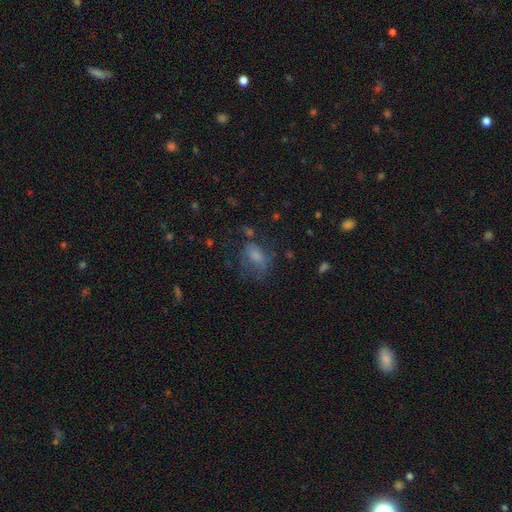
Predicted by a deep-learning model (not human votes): Overall: smooth (52%; featured or disk 27%). How rounded: in between (71%). Merging: none (48%; major disturbance 26%).